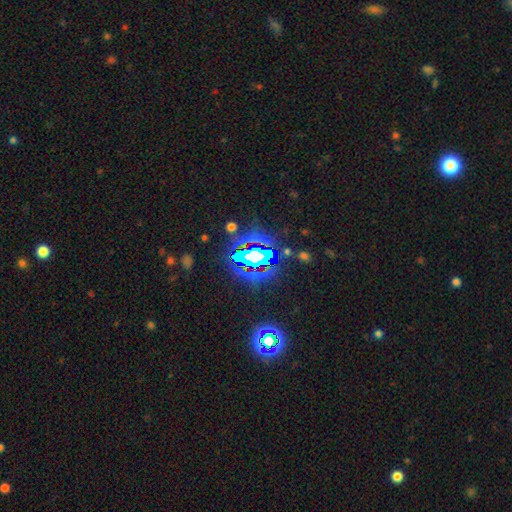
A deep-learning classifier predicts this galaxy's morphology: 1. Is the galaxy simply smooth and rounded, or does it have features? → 71% star or artifact, 15% smooth, 14% featured or disk.